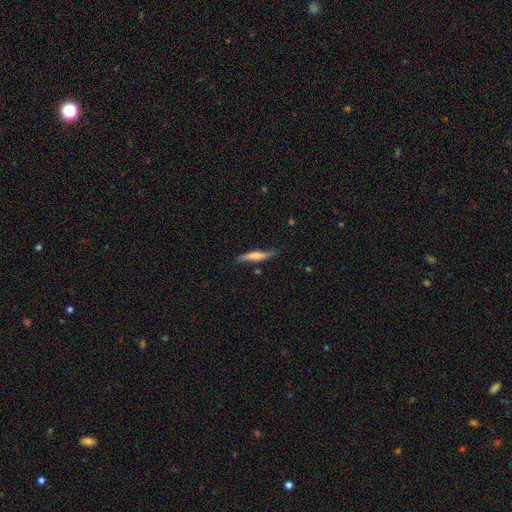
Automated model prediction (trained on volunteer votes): Smooth or featured: smooth — 52% (featured or disk — 42%)
How rounded: cigar-shaped — 87% (in between — 12%)
Merging: none — 70% (minor disturbance — 23%)